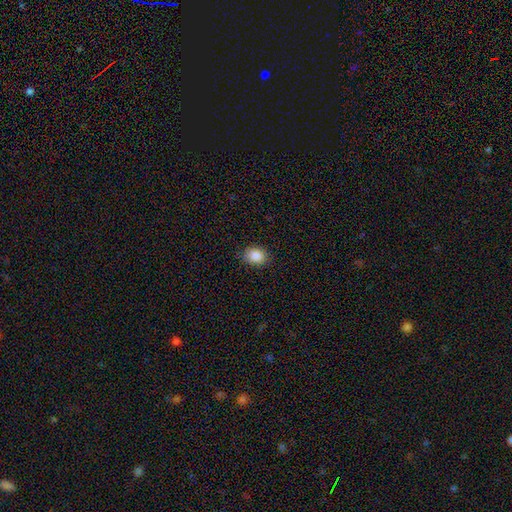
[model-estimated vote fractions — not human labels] The model was most divided on "how rounded": in between: 58%, round: 41%, cigar-shaped: 1%. More confident: smooth or featured — smooth (88%); merging — none (83%).